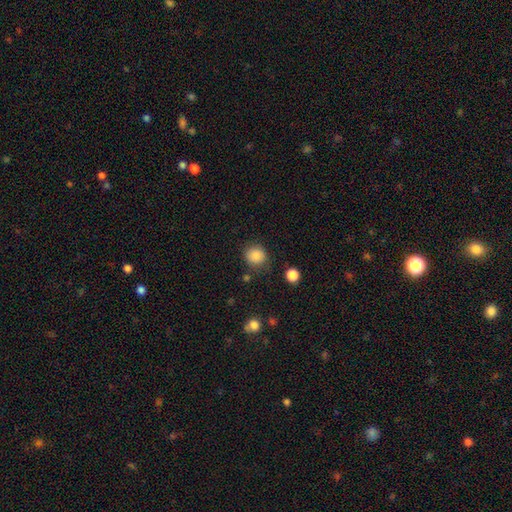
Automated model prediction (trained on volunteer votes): A smooth galaxy with no disk features (85%) that is round (85%). Merging: none (80%).